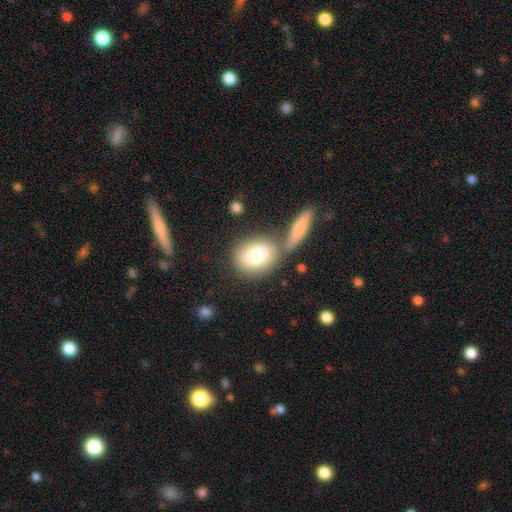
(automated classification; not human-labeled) smooth 81%, featured or disk 12%, star or artifact 7%. Down the decision tree: how rounded — in between (51%); merging — none (53%).